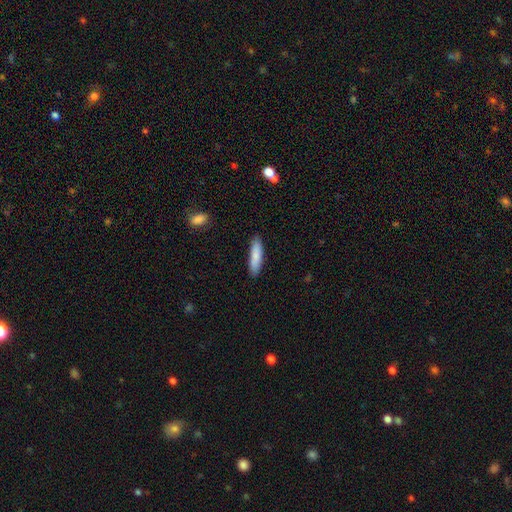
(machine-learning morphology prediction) Smooth or featured?
  - smooth: 83% *
  - featured or disk: 11%
  - star or artifact: 6%
How rounded?
  - cigar-shaped: 69% *
  - in between: 30%
  - round: 1%
Merging?
  - none: 86% *
  - minor disturbance: 10%
  - major disturbance: 2%
  - merger: 1%